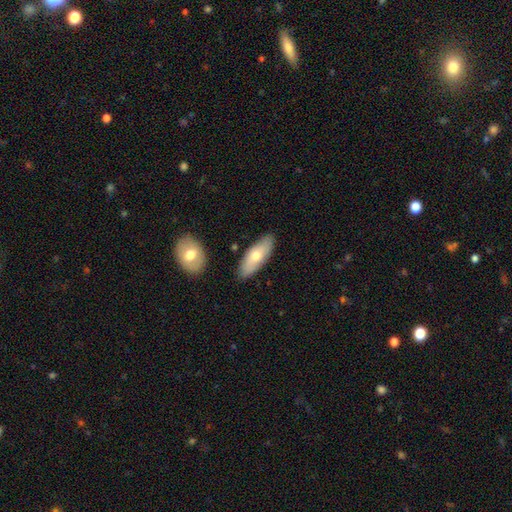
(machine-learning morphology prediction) smooth_or_featured: smooth (p=0.64) [alt: featured or disk p=0.29]
how_rounded: in between (p=0.73) [alt: cigar-shaped p=0.24]
merging: none (p=0.83) [alt: minor disturbance p=0.11]